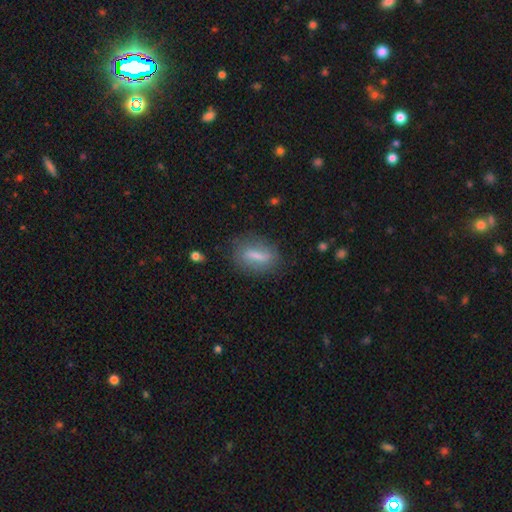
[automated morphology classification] Smooth or featured?
  - smooth: 53% *
  - featured or disk: 38%
  - star or artifact: 9%
How rounded?
  - in between: 61% *
  - cigar-shaped: 27%
  - round: 11%
Merging?
  - none: 70% *
  - minor disturbance: 19%
  - major disturbance: 8%
  - merger: 2%